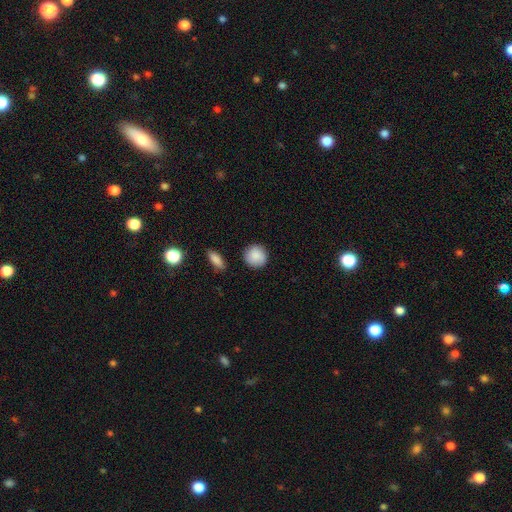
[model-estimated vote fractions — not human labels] Q: Smooth or featured?
A: smooth (88%); runner-up: star or artifact (7%)
Q: How rounded?
A: round (91%); runner-up: in between (8%)
Q: Merging?
A: none (86%); runner-up: minor disturbance (9%)